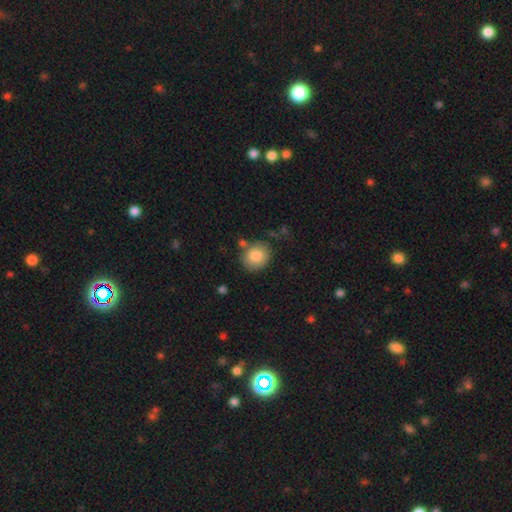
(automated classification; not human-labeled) This appears to be a smooth galaxy with no disk features (84%) that is round (77%). Merging: none (76%).